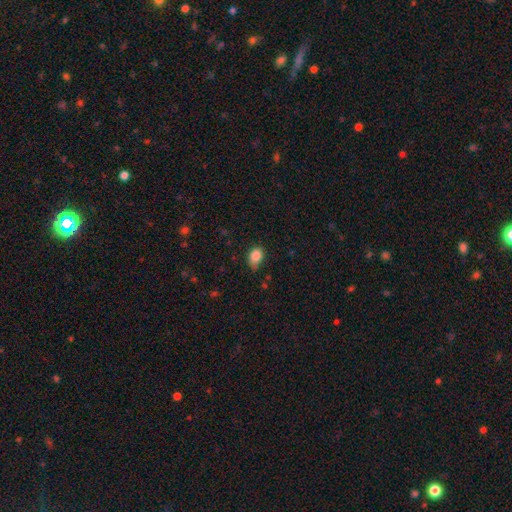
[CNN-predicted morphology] A smooth galaxy with no disk features (86%) that is in between round and cigar-shaped (72%).

Vote fractions:
- Smooth or featured? smooth: 86% / star or artifact: 9% / featured or disk: 5%
- How rounded? in between: 72% / round: 27% / cigar-shaped: 1%
- Merging? none: 59% / minor disturbance: 34% / major disturbance: 6% / merger: 2%